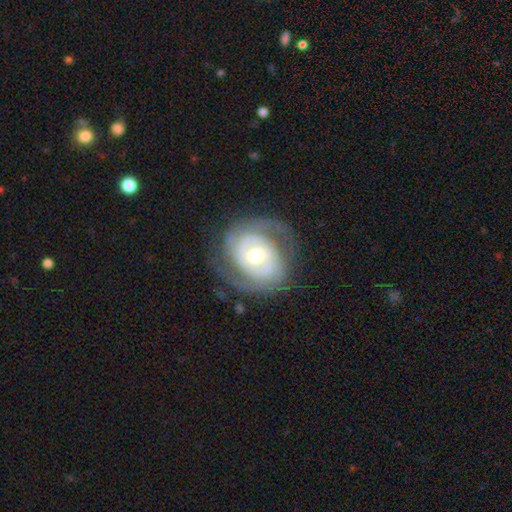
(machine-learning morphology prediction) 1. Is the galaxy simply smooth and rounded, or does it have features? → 87% featured or disk, 8% smooth, 5% star or artifact.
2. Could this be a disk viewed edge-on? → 97% no, 3% yes.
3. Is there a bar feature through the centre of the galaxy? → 53% no, 33% weak, 14% strong.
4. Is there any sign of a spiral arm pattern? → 95% yes, 5% no.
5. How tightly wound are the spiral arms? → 63% tight, 30% medium, 7% loose.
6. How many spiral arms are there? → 72% 2, 12% can't tell, 8% 3, 3% 1, 3% 4, 2% more than 4.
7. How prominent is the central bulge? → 63% moderate, 29% small, 6% large, 1% dominant, 1% none.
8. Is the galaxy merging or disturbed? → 76% none, 15% minor disturbance, 8% major disturbance, 1% merger.